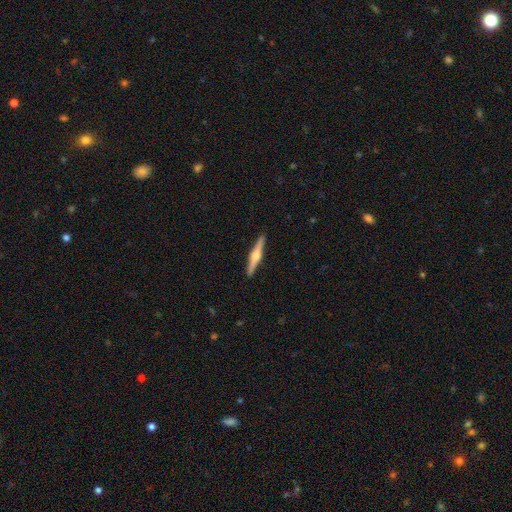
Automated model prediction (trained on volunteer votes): This appears to be a featured or disk galaxy (69%) viewed edge-on (98%) with a rounded central bulge (93%). Merging: none (92%).